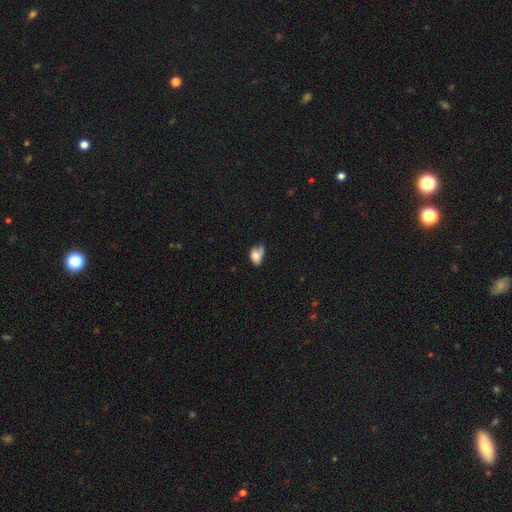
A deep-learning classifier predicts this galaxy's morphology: Smooth or featured? Predicted: smooth (p=0.69). How rounded? Predicted: in between (p=0.77). Merging? Predicted: minor disturbance (p=0.32).